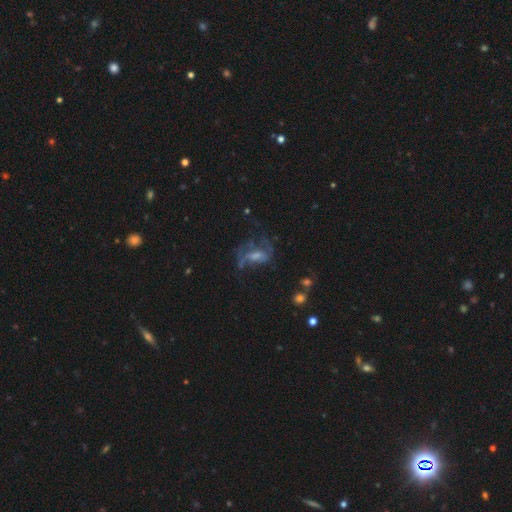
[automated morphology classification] featured or disk 64%, star or artifact 19%, smooth 17%. Down the decision tree: edge-on disk — no (94%); bar — no (43%); spiral arms — yes (73%); bulge size — small (40%); merging — none (44%).